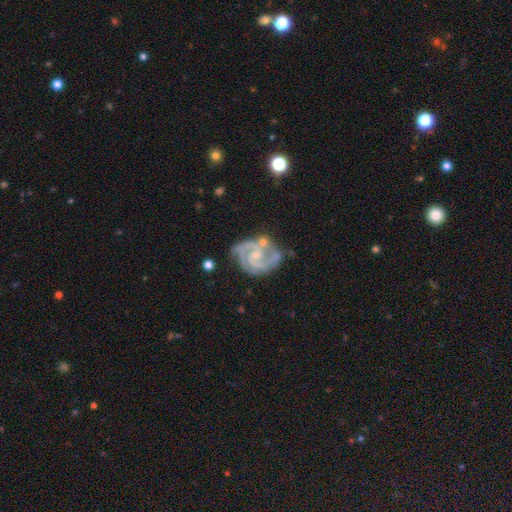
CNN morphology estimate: A featured or disk galaxy (92%) with no bar (47%), 2 (69%) tight (51%) spiral arms (98%) and a small central bulge (66%). Merging: none (63%).